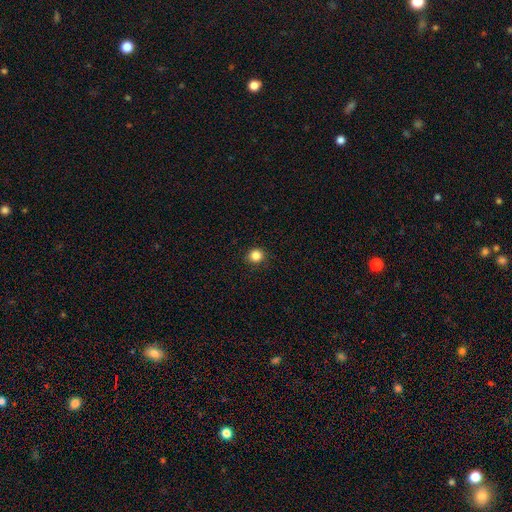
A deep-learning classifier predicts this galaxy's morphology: Smooth or featured?
  - smooth: 85% *
  - star or artifact: 11%
  - featured or disk: 3%
How rounded?
  - round: 91% *
  - in between: 8%
  - cigar-shaped: 1%
Merging?
  - none: 90% *
  - minor disturbance: 7%
  - major disturbance: 2%
  - merger: 1%